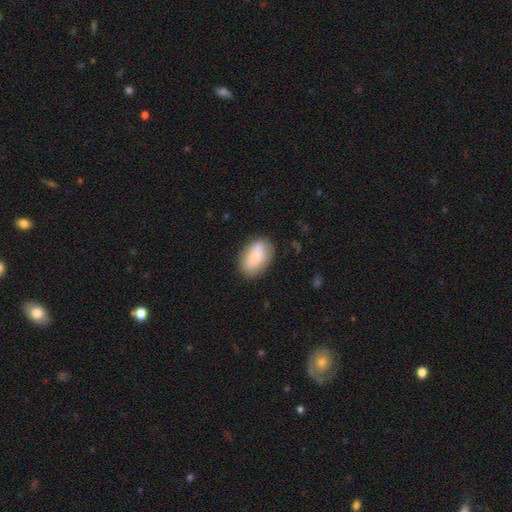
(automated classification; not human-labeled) Overall: smooth (83%). How rounded: in between (91%). Merging: none (79%).